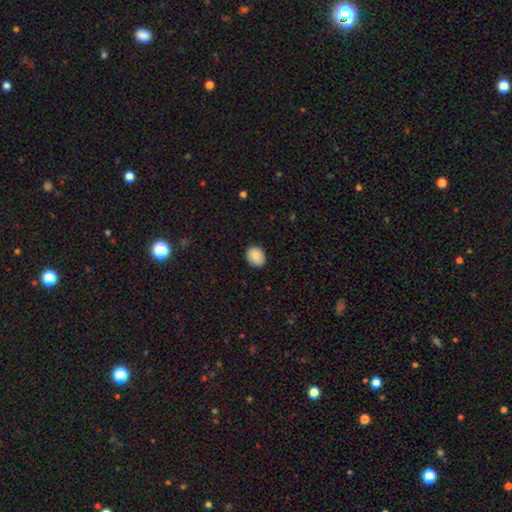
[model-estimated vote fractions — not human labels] smooth-or-featured: smooth: 84% | featured or disk: 8% | star or artifact: 8%
  how-rounded: round: 59% | in between: 40% | cigar-shaped: 1%
  merging: none: 87% | minor disturbance: 10% | major disturbance: 2% | merger: 1%